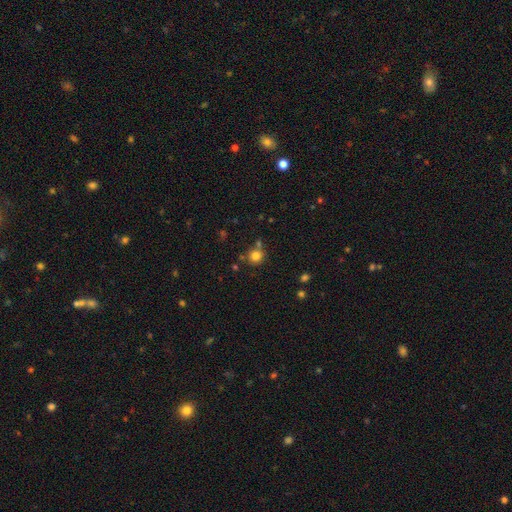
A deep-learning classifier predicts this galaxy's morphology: A smooth galaxy with no disk features (80%) that is round (91%).

Vote fractions:
- Smooth or featured? smooth: 80% / star or artifact: 13% / featured or disk: 7%
- How rounded? round: 91% / in between: 8% / cigar-shaped: 1%
- Merging? none: 72% / merger: 13% / minor disturbance: 11% / major disturbance: 3%